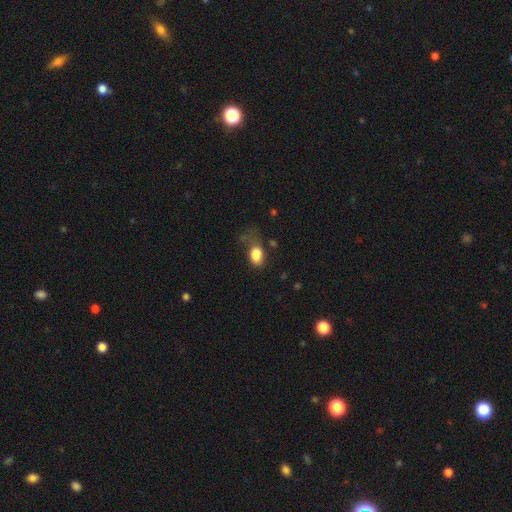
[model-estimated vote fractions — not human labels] Smooth or featured: smooth — 83% (star or artifact — 9%)
How rounded: in between — 84% (round — 14%)
Merging: none — 37% (major disturbance — 30%)